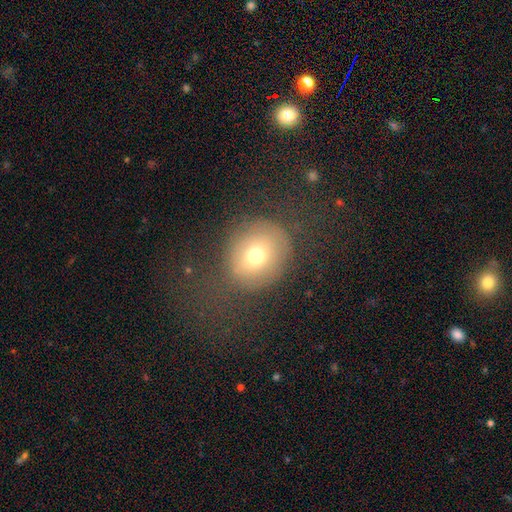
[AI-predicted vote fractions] Smooth or featured? smooth (69%)
How rounded? round (75%)
Merging? none (65%)